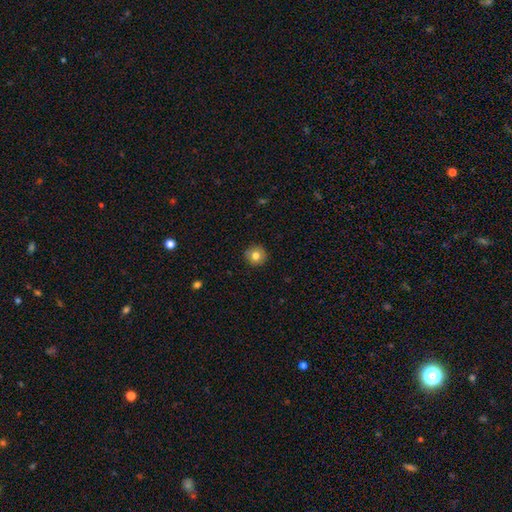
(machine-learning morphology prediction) type=smooth (80%); roundness=round (94%); merging=none (90%).